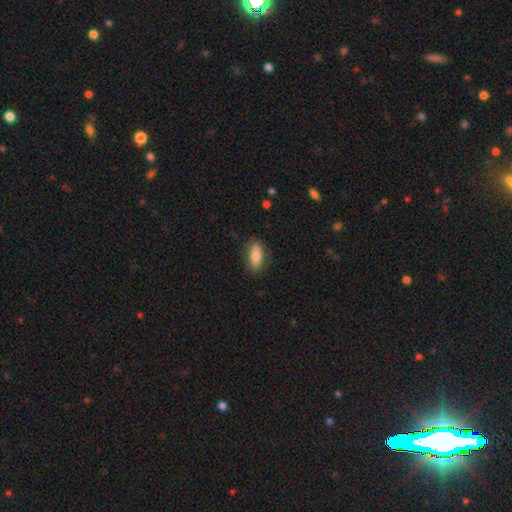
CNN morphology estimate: smooth_or_featured: smooth (p=0.72) [alt: featured or disk p=0.22]
how_rounded: in between (p=0.78) [alt: cigar-shaped p=0.19]
merging: none (p=0.81) [alt: minor disturbance p=0.15]